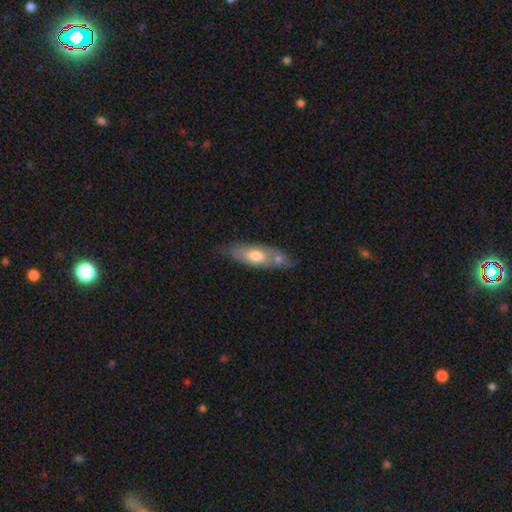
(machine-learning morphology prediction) smooth-or-featured: smooth: 60% | featured or disk: 34% | star or artifact: 6%
  how-rounded: in between: 67% | cigar-shaped: 30% | round: 3%
  merging: none: 52% | minor disturbance: 22% | merger: 20% | major disturbance: 6%